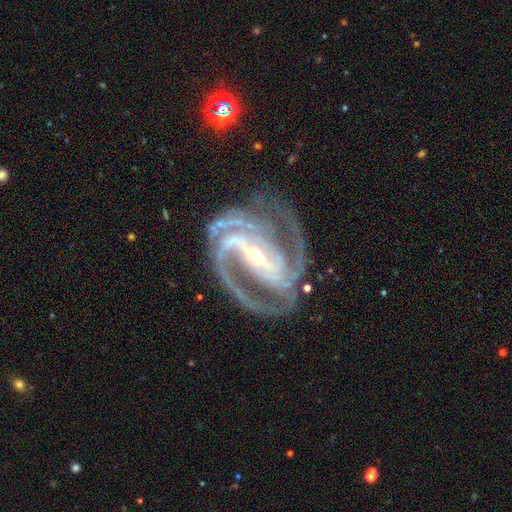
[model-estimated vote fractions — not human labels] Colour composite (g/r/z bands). It shows a featured or disk galaxy (92%) with a strong bar (67%), 3 (37%) medium (48%) spiral arms (98%) and a small central bulge (77%). Merging: none (68%).